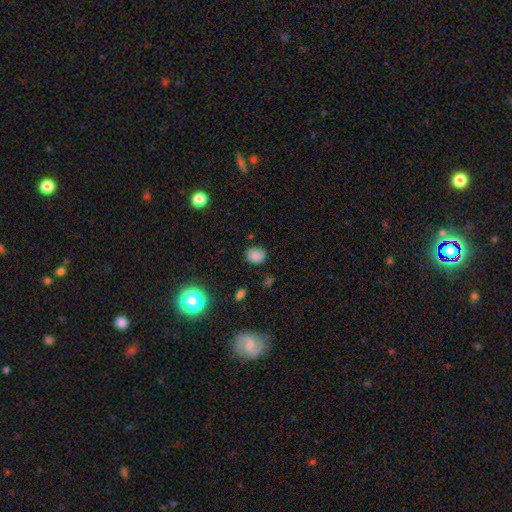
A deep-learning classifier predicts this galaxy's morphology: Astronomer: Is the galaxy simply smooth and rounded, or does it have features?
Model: smooth — 80%.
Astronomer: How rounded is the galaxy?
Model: round — 51% (runner-up: in between, 48%).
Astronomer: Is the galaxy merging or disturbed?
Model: none — 78%.